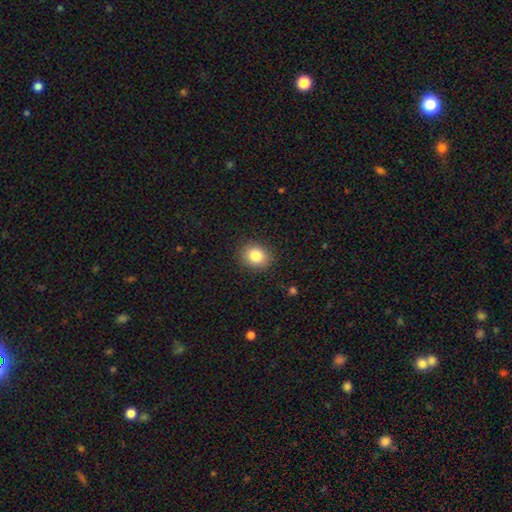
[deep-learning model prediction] This appears to be a smooth galaxy with no disk features (84%) that is round (66%). Merging: none (89%).